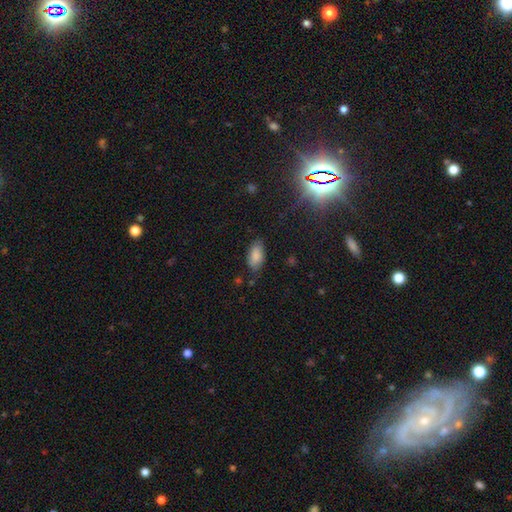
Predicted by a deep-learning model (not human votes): smooth 85%, star or artifact 8%, featured or disk 7%. Down the decision tree: how rounded — in between (92%); merging — none (75%).